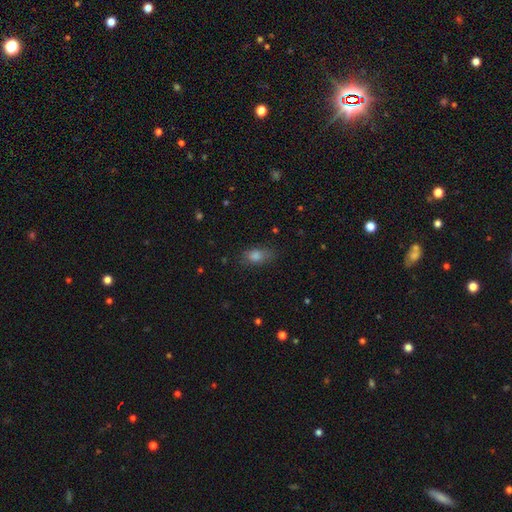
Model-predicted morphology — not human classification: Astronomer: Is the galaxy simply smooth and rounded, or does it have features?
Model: smooth — 76%.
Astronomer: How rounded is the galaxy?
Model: in between — 78%.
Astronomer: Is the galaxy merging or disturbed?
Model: none — 75%.